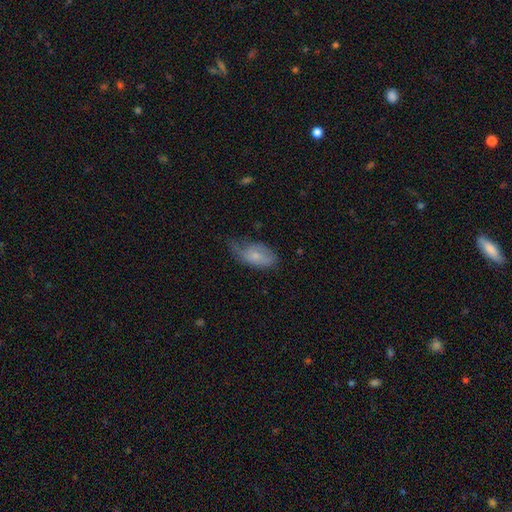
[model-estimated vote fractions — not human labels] This appears to be a smooth galaxy with no disk features (62%) that is in between round and cigar-shaped (92%). Merging: minor disturbance (41%).